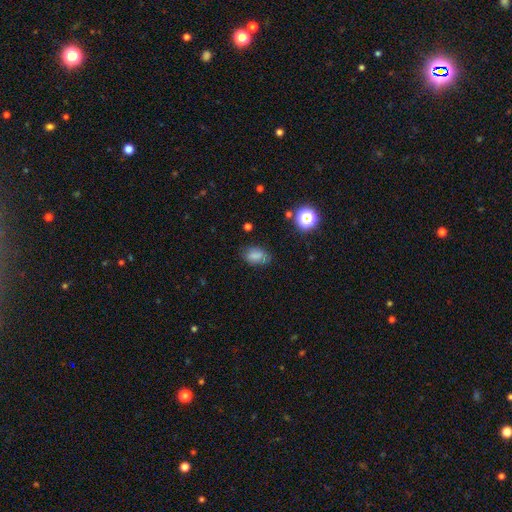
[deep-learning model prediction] This is likely a smooth galaxy (78%). How rounded: clearly in between (87%). Merging: likely none (75%).